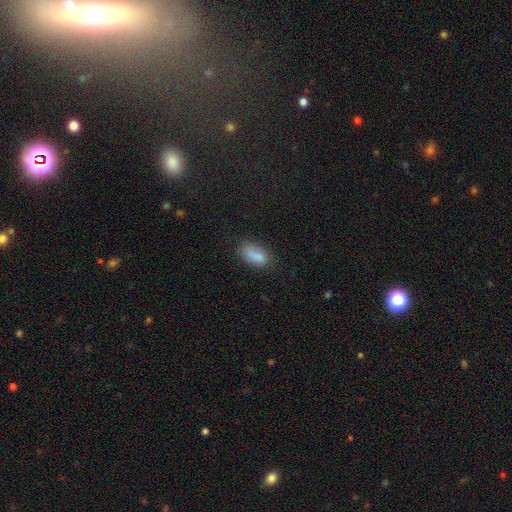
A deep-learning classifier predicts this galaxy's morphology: The model was most divided on "merging": none: 69%, minor disturbance: 23%, major disturbance: 6%, merger: 2%. More confident: how rounded — in between (90%); smooth or featured — smooth (85%).